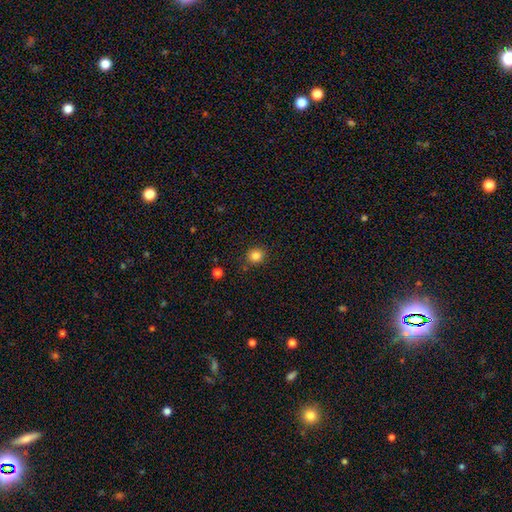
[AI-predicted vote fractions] Smooth or featured? smooth (84%)
How rounded? round (85%)
Merging? none (86%)